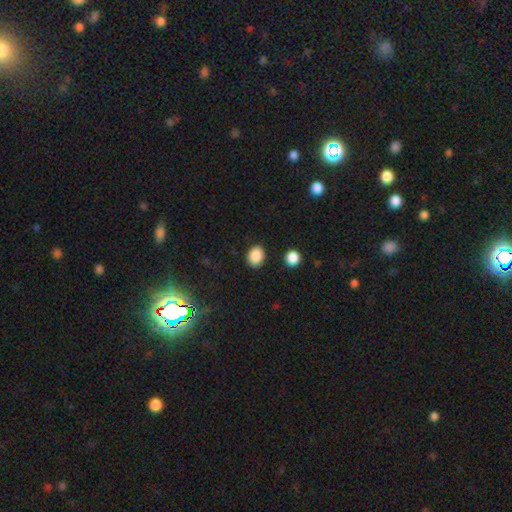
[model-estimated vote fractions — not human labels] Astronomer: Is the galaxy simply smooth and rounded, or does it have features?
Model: smooth — 88%.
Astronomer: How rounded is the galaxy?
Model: in between — 52% (runner-up: round, 47%).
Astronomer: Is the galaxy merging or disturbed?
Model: none — 88%.